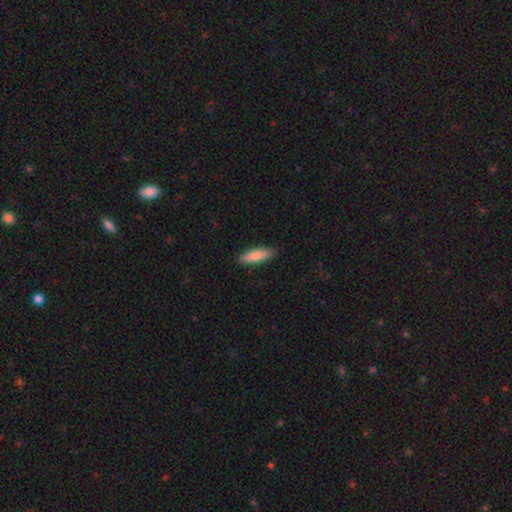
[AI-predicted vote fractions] Morphology: type=smooth (83%); roundness=in between (53%); merging=none (88%).